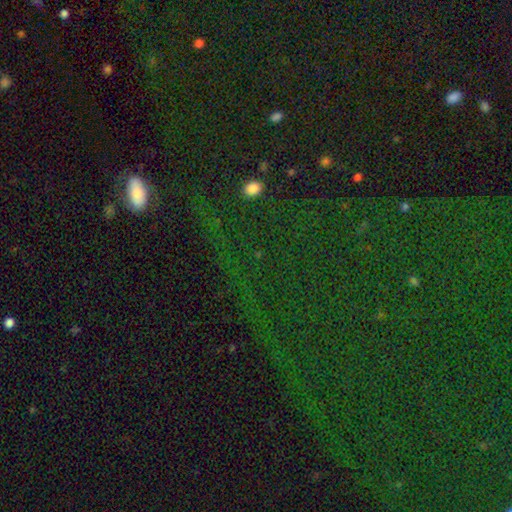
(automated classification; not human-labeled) This is likely a star or artifact rather than a galaxy (79%).